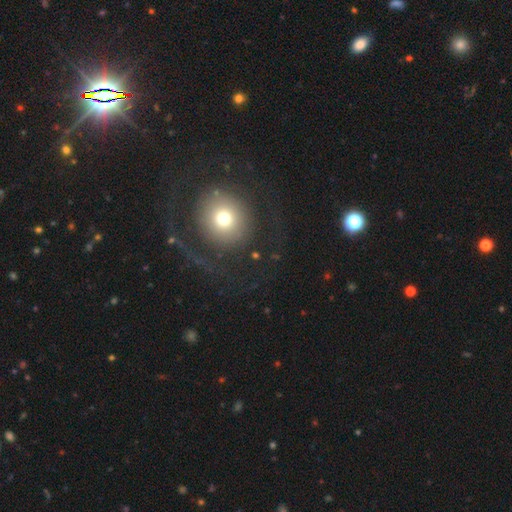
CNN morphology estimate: Smooth or featured?
  - smooth: 59% *
  - featured or disk: 27%
  - star or artifact: 14%
How rounded?
  - round: 91% *
  - in between: 8%
  - cigar-shaped: 1%
Merging?
  - none: 65% *
  - major disturbance: 22%
  - minor disturbance: 11%
  - merger: 2%